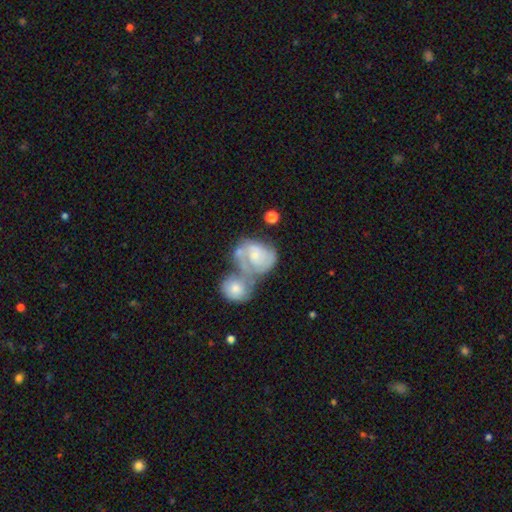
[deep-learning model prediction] Smooth or featured?
  - featured or disk: 59% *
  - smooth: 34%
  - star or artifact: 7%
Edge-on disk?
  - no: 97% *
  - yes: 3%
Bar?
  - no: 74% *
  - weak: 22%
  - strong: 4%
Spiral arms?
  - yes: 70% *
  - no: 30%
Bulge size?
  - small: 55% *
  - moderate: 32%
  - none: 8%
  - large: 3%
  - dominant: 2%
Merging?
  - merger: 63% *
  - none: 17%
  - major disturbance: 10%
  - minor disturbance: 10%